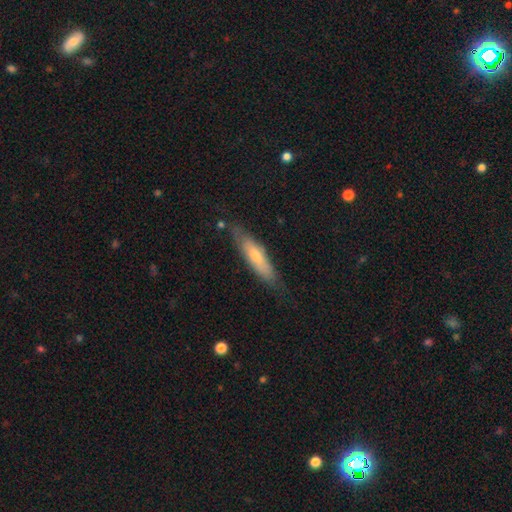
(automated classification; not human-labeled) Morphology: type=smooth (54%); roundness=cigar-shaped (75%); merging=none (76%).